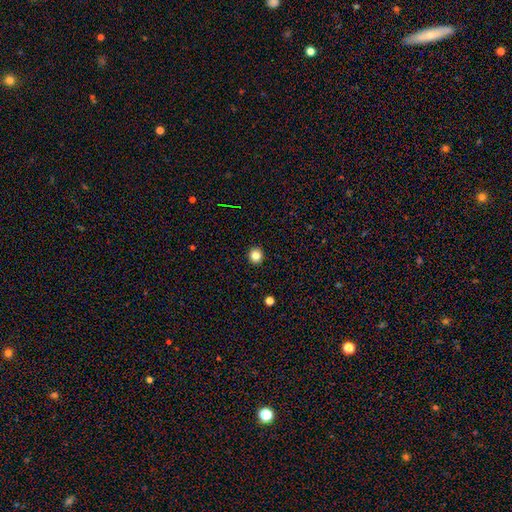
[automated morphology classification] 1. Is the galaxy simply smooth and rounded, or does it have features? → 82% smooth, 12% star or artifact, 5% featured or disk.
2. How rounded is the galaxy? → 92% round, 7% in between, 1% cigar-shaped.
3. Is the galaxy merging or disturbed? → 93% none, 4% minor disturbance, 1% major disturbance, 1% merger.